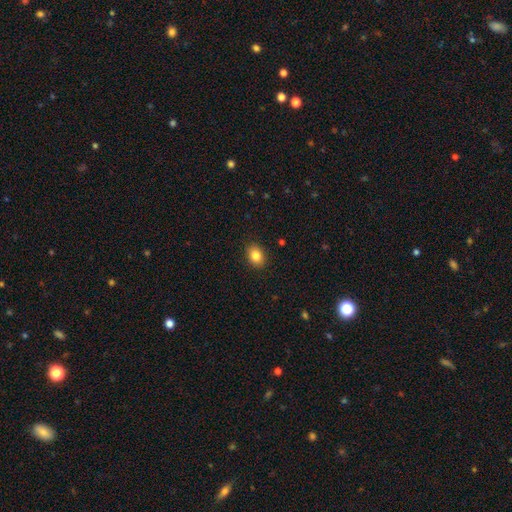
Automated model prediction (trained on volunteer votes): smooth 85%, star or artifact 9%, featured or disk 6%. Down the decision tree: how rounded — in between (65%); merging — none (90%).